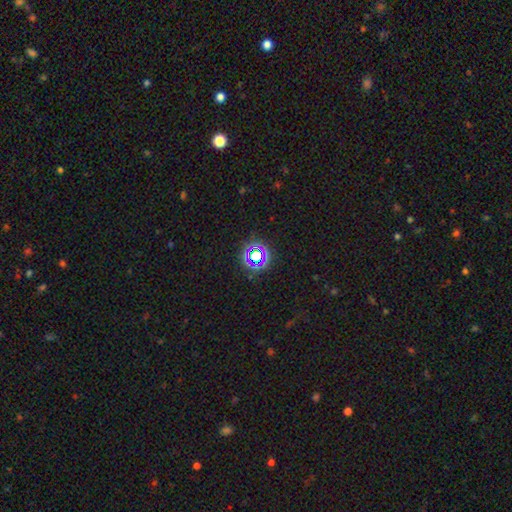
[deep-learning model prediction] Smooth or featured?
  - star or artifact: 66% *
  - smooth: 23%
  - featured or disk: 12%